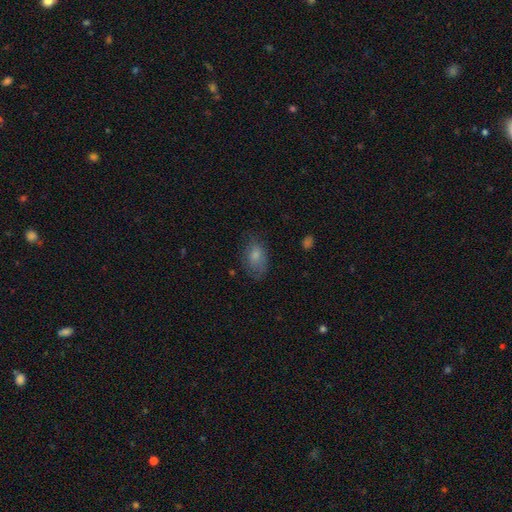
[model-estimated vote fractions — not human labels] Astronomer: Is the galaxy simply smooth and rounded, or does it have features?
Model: smooth — 78%.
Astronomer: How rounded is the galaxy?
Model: in between — 85%.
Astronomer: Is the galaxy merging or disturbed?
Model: none — 62%.